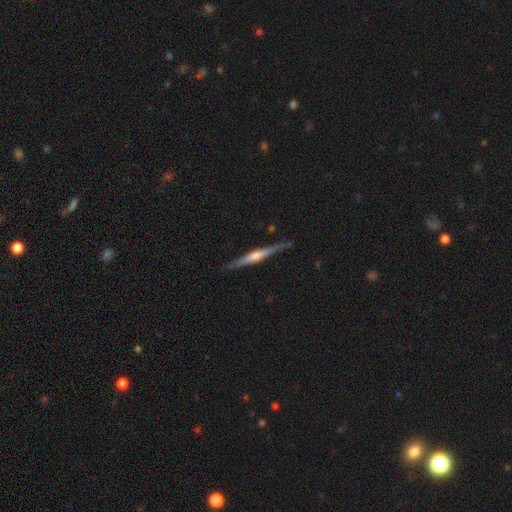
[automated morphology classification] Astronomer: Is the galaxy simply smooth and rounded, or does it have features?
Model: featured or disk — 76%.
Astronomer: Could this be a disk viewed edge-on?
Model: yes — 98%.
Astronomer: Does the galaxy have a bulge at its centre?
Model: rounded — 73%.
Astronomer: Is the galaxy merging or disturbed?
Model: none — 88%.